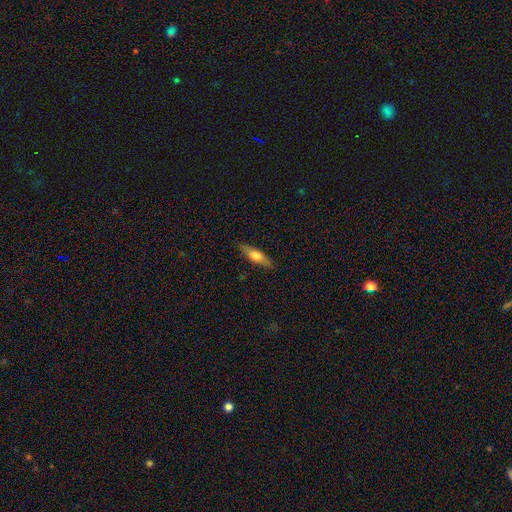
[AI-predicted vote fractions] The model was most divided on "smooth or featured": smooth: 53%, featured or disk: 41%, star or artifact: 6%. More confident: merging — none (86%); how rounded — cigar-shaped (60%).